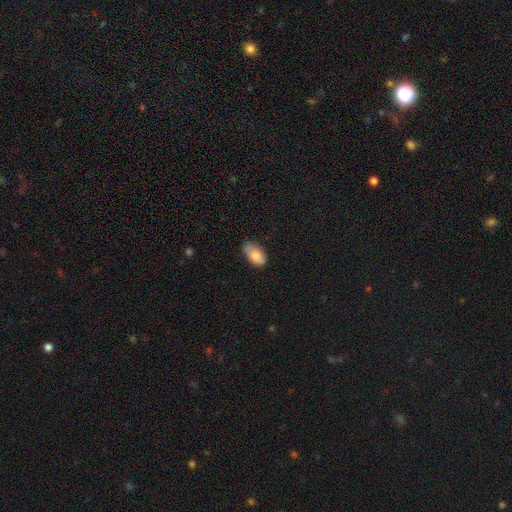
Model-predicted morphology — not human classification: Smooth or featured? smooth (83%)
How rounded? in between (94%)
Merging? none (61%)